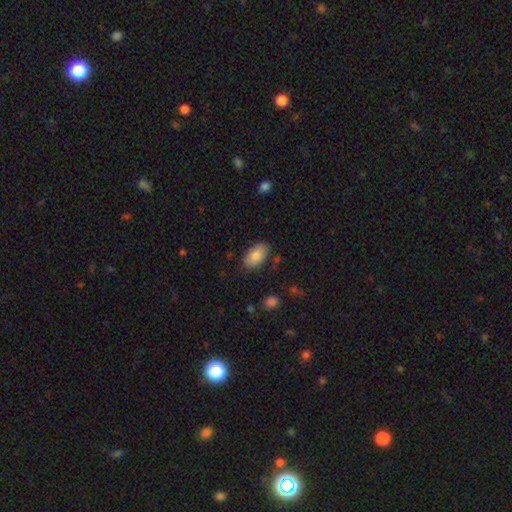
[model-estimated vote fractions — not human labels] Overall: smooth (87%). How rounded: in between (94%). Merging: none (82%).